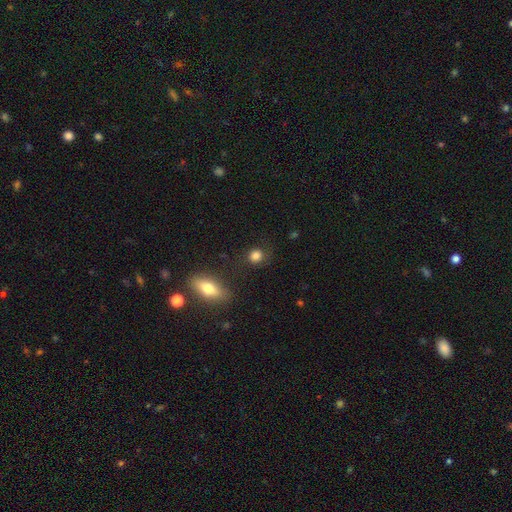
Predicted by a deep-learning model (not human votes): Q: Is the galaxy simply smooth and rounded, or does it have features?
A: smooth — 83%.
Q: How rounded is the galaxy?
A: round — 80%.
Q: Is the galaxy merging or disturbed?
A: none — 78%.